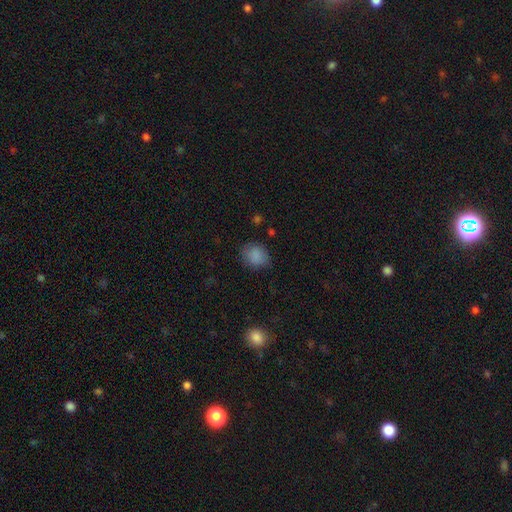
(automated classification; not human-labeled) This is clearly a smooth galaxy (85%). How rounded: likely round (66%). Merging: likely none (76%).